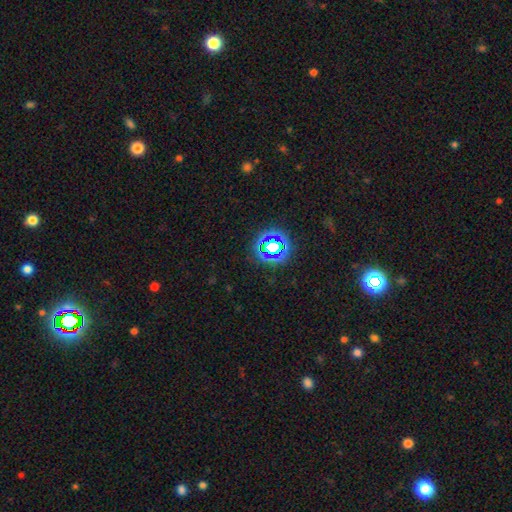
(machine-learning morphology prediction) The model was most divided on "smooth or featured": star or artifact: 76%, smooth: 18%, featured or disk: 7%.